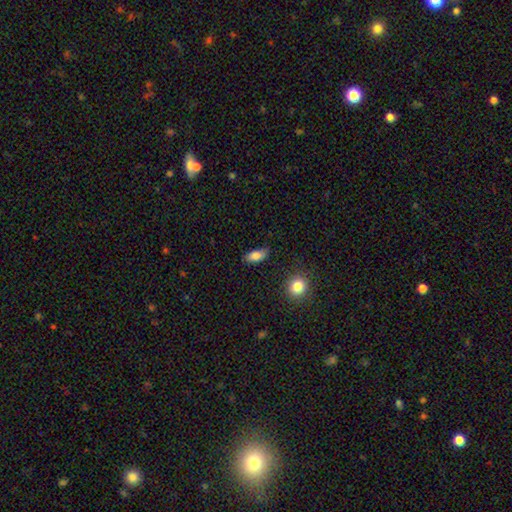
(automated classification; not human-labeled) smooth-or-featured: smooth: 83% | featured or disk: 8% | star or artifact: 8%
  how-rounded: in between: 87% | cigar-shaped: 9% | round: 4%
  merging: none: 79% | minor disturbance: 16% | major disturbance: 3% | merger: 2%